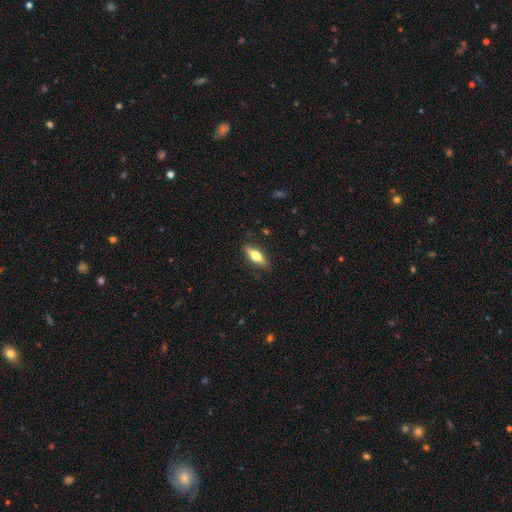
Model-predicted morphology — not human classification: type=smooth (65%); roundness=in between (54%); merging=none (87%).